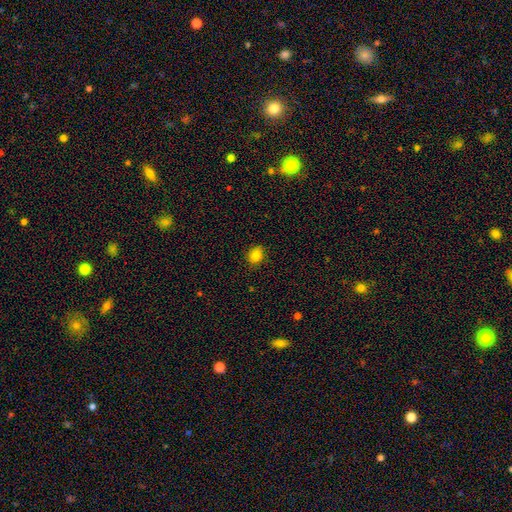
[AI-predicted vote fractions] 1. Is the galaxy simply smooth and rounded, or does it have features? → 83% smooth, 11% star or artifact, 6% featured or disk.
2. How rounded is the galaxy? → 61% round, 38% in between, 1% cigar-shaped.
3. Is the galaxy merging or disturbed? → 87% none, 10% minor disturbance, 2% major disturbance, 1% merger.